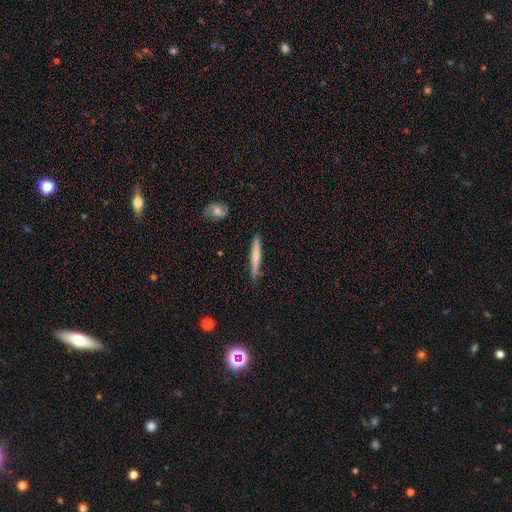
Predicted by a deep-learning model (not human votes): Q: Smooth or featured?
A: smooth (65%); runner-up: featured or disk (30%)
Q: How rounded?
A: cigar-shaped (96%); runner-up: in between (3%)
Q: Merging?
A: none (81%); runner-up: minor disturbance (15%)